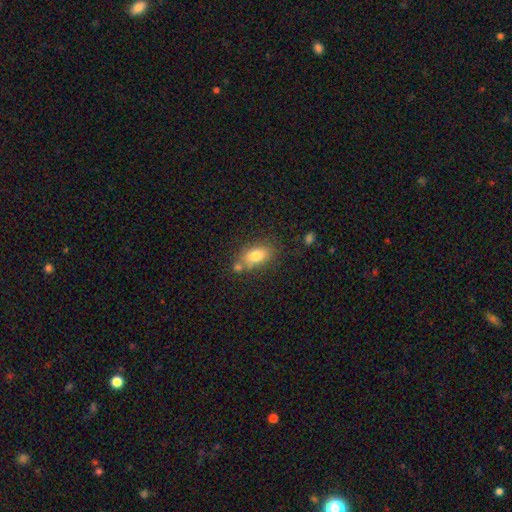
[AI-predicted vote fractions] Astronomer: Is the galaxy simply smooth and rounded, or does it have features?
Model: smooth — 77%.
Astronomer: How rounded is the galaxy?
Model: in between — 84%.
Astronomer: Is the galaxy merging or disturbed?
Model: none — 61%.